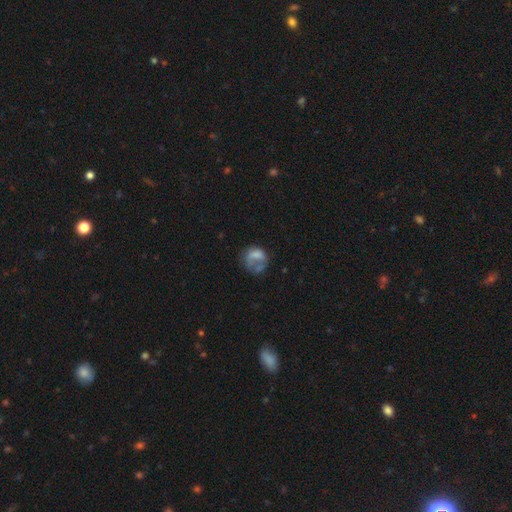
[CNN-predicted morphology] Smooth or featured? smooth (56%)
How rounded? round (59%)
Merging? major disturbance (37%)